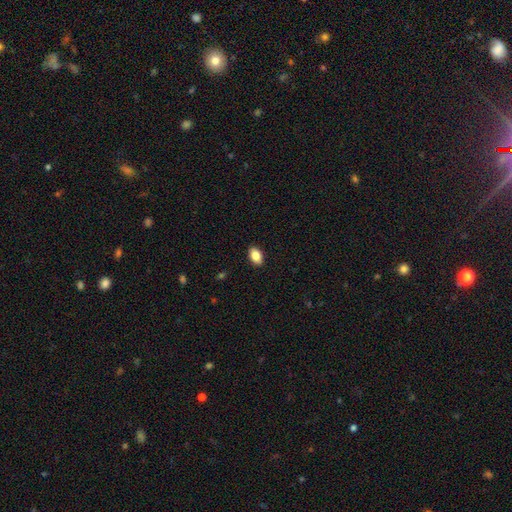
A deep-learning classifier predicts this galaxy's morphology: smooth-or-featured: smooth: 85% | featured or disk: 8% | star or artifact: 8%
  how-rounded: in between: 90% | round: 9% | cigar-shaped: 2%
  merging: none: 90% | minor disturbance: 8% | major disturbance: 2% | merger: 1%